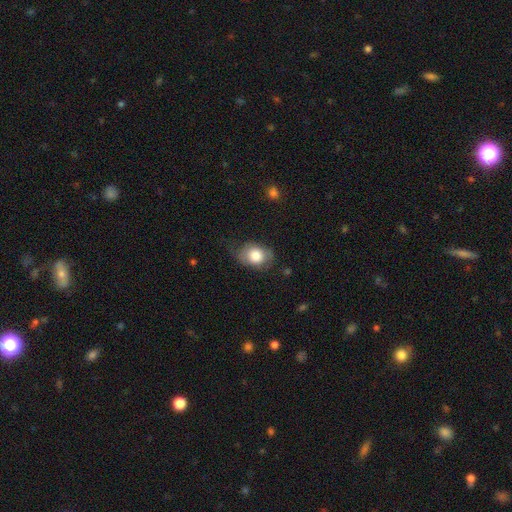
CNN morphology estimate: Smooth or featured?
  - smooth: 76% *
  - featured or disk: 17%
  - star or artifact: 7%
How rounded?
  - in between: 62% *
  - round: 36%
  - cigar-shaped: 1%
Merging?
  - none: 58% *
  - minor disturbance: 29%
  - major disturbance: 12%
  - merger: 2%